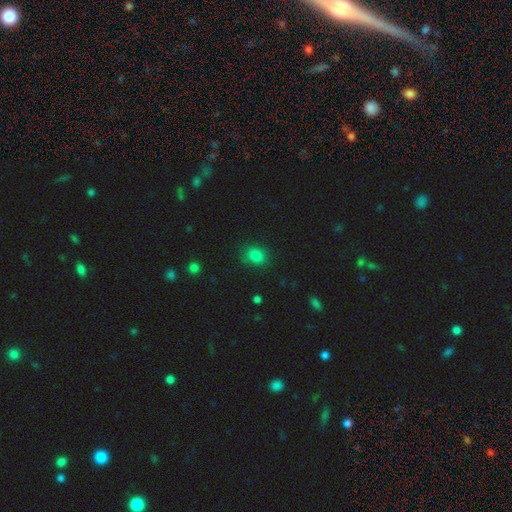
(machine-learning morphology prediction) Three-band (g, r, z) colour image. It shows a smooth galaxy with no disk features (82%) that is in between round and cigar-shaped (53%). Merging: none (79%).